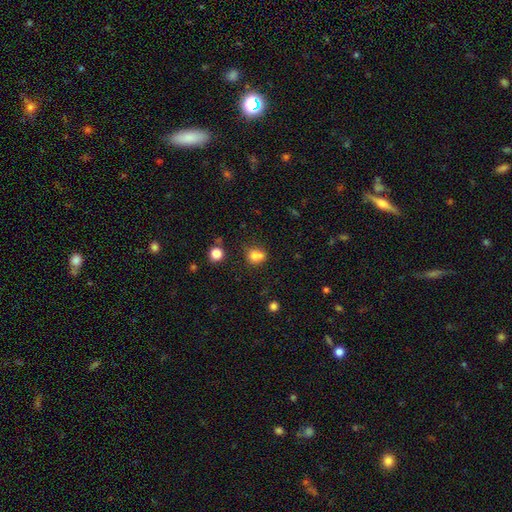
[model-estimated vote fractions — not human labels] Smooth or featured? smooth (73%)
How rounded? round (66%)
Merging? merger (44%)